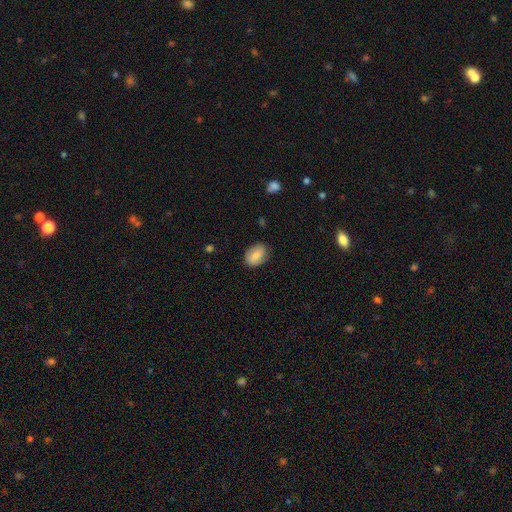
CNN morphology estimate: smooth_or_featured: smooth (p=0.77) [alt: featured or disk p=0.16]
how_rounded: in between (p=0.80) [alt: round p=0.19]
merging: none (p=0.81) [alt: minor disturbance p=0.15]